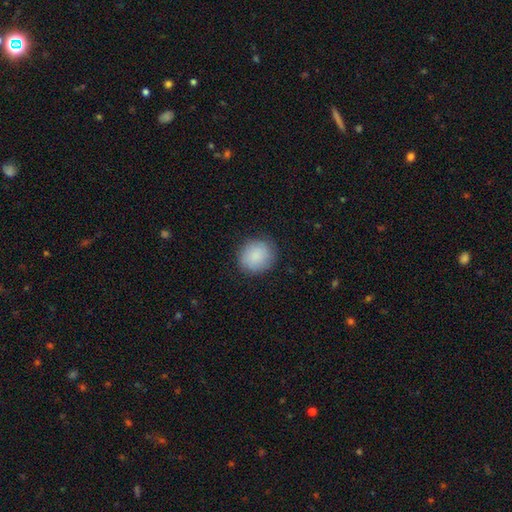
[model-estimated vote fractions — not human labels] This appears to be a smooth galaxy with no disk features (88%) that is round (84%). Merging: none (86%).